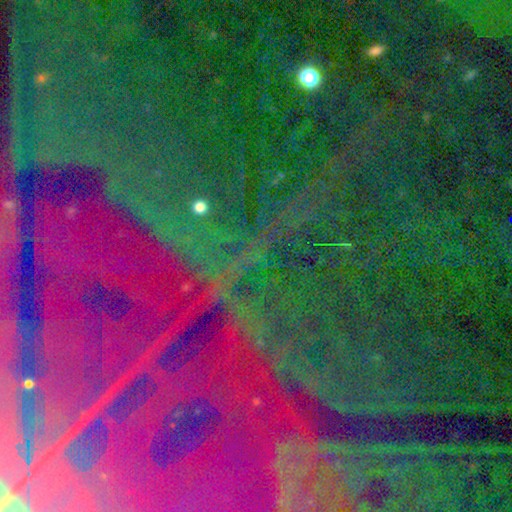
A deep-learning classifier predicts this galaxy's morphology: Smooth or featured: star or artifact — 85% (featured or disk — 8%)